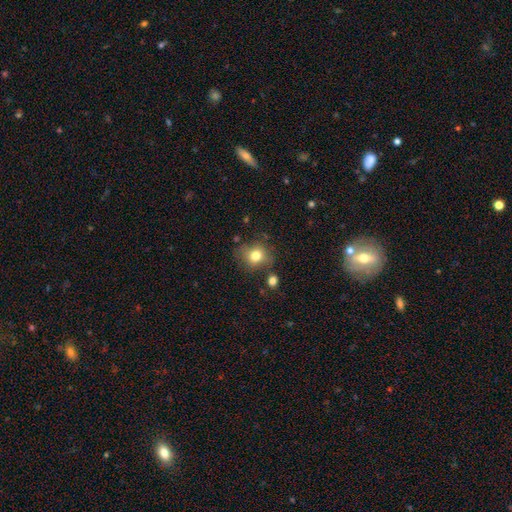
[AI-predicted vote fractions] Smooth or featured? smooth (77%)
How rounded? round (72%)
Merging? none (70%)